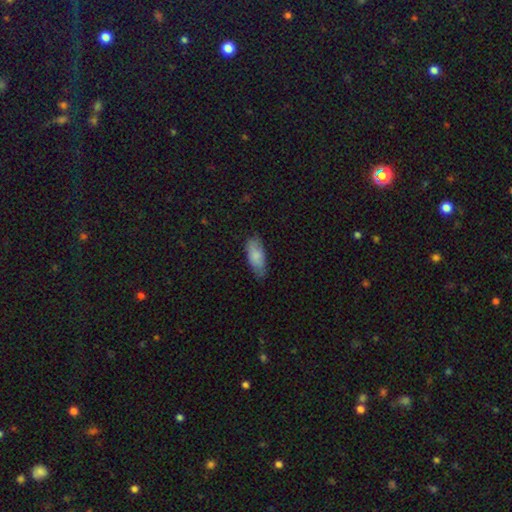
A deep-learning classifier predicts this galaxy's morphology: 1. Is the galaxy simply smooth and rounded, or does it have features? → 81% smooth, 12% featured or disk, 6% star or artifact.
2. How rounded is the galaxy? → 83% in between, 15% cigar-shaped, 2% round.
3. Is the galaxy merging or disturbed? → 68% none, 26% minor disturbance, 5% major disturbance, 1% merger.